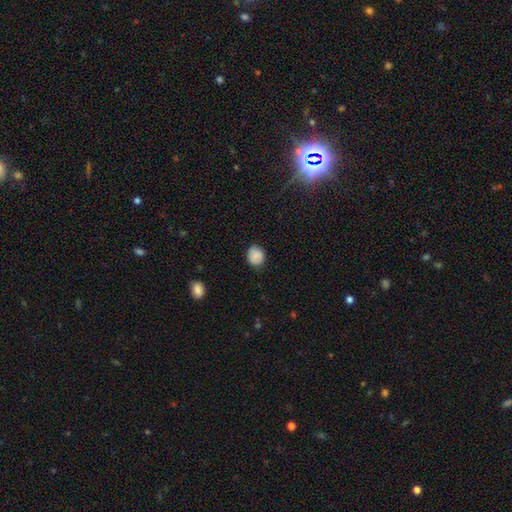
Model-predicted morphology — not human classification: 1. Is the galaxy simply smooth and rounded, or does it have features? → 83% smooth, 9% featured or disk, 9% star or artifact.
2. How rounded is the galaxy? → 73% round, 26% in between, 1% cigar-shaped.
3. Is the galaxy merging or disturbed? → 82% none, 14% minor disturbance, 3% major disturbance, 1% merger.